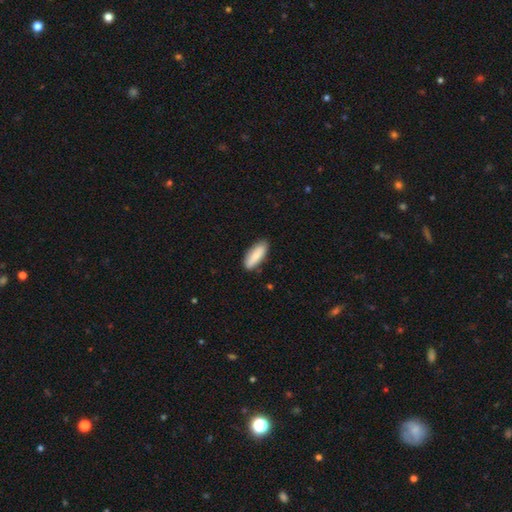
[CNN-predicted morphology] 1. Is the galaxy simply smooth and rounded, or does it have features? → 83% smooth, 11% featured or disk, 6% star or artifact.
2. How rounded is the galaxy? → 67% in between, 31% cigar-shaped, 2% round.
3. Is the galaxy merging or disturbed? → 84% none, 13% minor disturbance, 2% major disturbance, 1% merger.